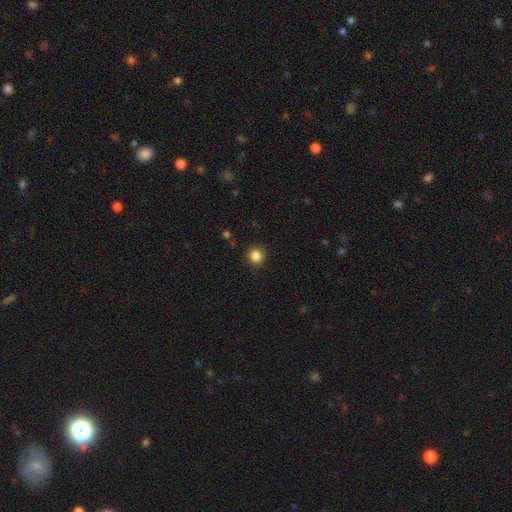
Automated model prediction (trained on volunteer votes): smooth 85%, star or artifact 11%, featured or disk 4%. Down the decision tree: how rounded — round (91%); merging — none (92%).